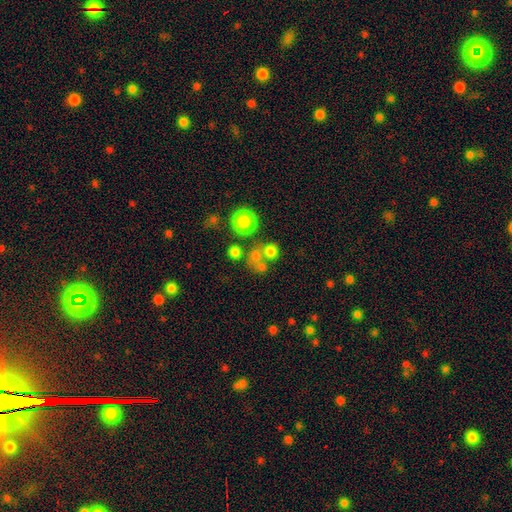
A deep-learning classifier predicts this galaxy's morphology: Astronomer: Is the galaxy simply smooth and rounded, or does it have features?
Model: smooth — 70%.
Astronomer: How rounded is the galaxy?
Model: round — 84%.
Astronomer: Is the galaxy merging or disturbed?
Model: none — 54% (runner-up: merger, 31%).